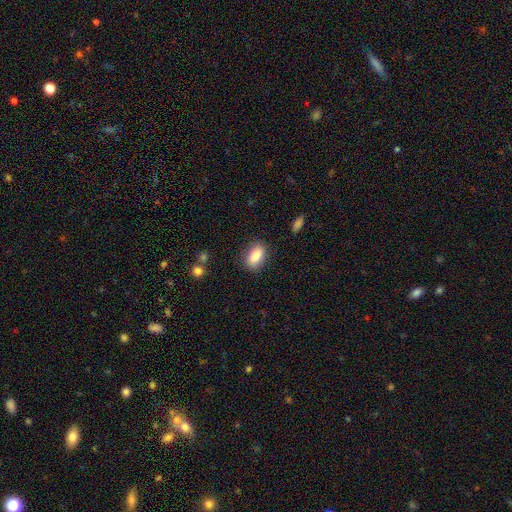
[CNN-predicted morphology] type=smooth (86%); roundness=in between (87%); merging=none (83%).